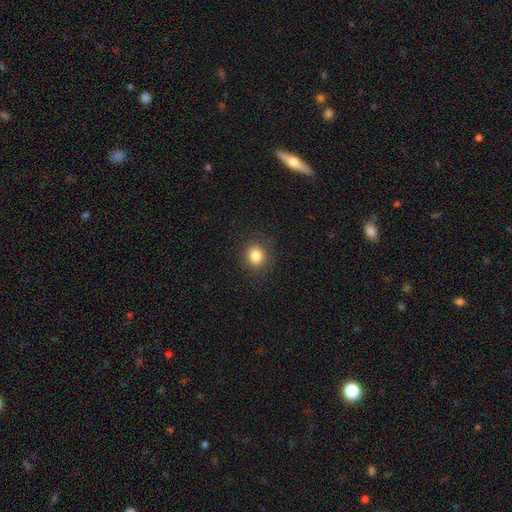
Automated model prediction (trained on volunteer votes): smooth-or-featured: smooth: 83% | star or artifact: 11% | featured or disk: 6%
  how-rounded: round: 78% | in between: 21% | cigar-shaped: 1%
  merging: none: 87% | minor disturbance: 9% | major disturbance: 3% | merger: 1%